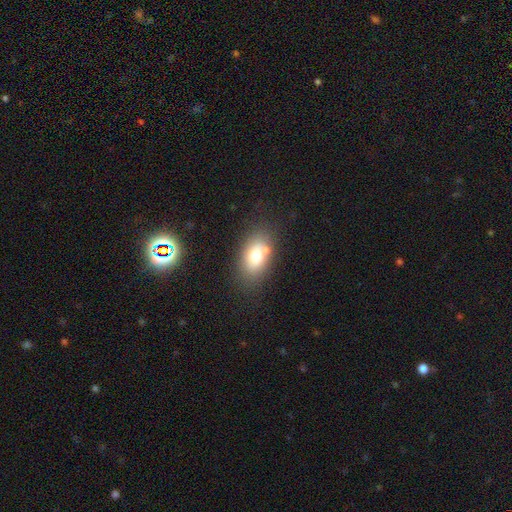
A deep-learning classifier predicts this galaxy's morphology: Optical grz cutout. It shows a smooth galaxy with no disk features (70%) that is in between round and cigar-shaped (82%). Merging: none (67%).